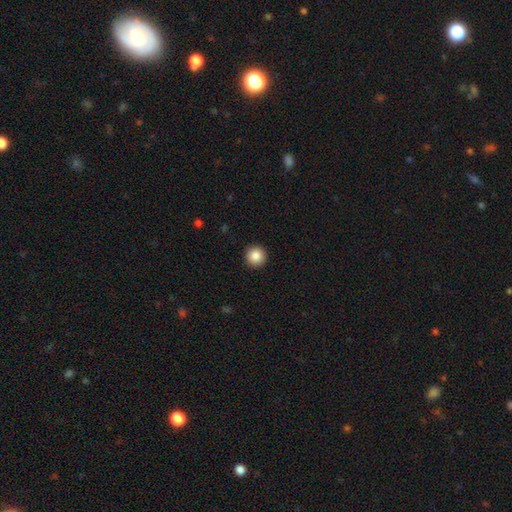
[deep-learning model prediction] Smooth or featured?
  - smooth: 87% *
  - star or artifact: 9%
  - featured or disk: 5%
How rounded?
  - round: 96% *
  - in between: 3%
  - cigar-shaped: 1%
Merging?
  - none: 93% *
  - minor disturbance: 4%
  - major disturbance: 2%
  - merger: 1%